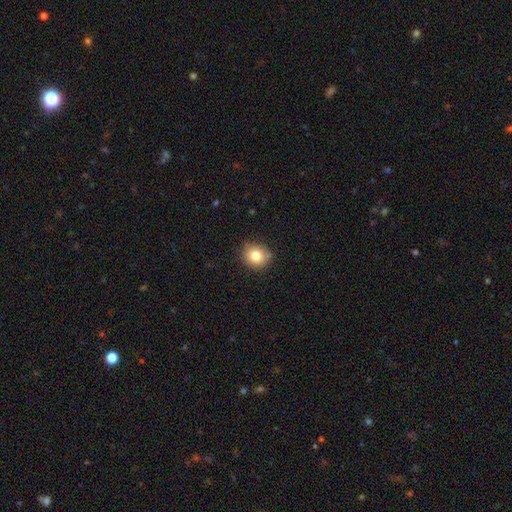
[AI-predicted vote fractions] This is clearly a smooth galaxy (81%). How rounded: clearly round (81%). Merging: clearly none (83%).